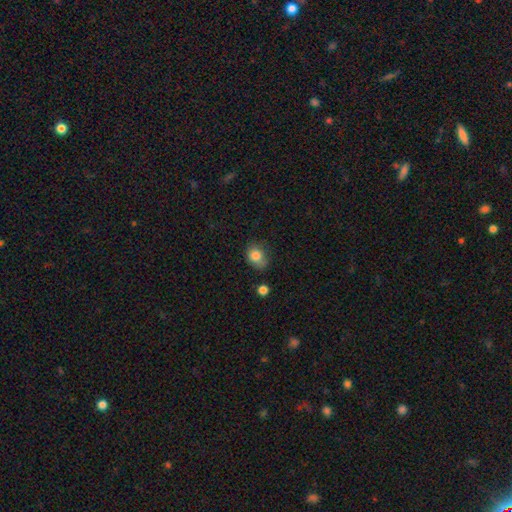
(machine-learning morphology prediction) type=smooth (82%); roundness=round (52%); merging=none (58%).